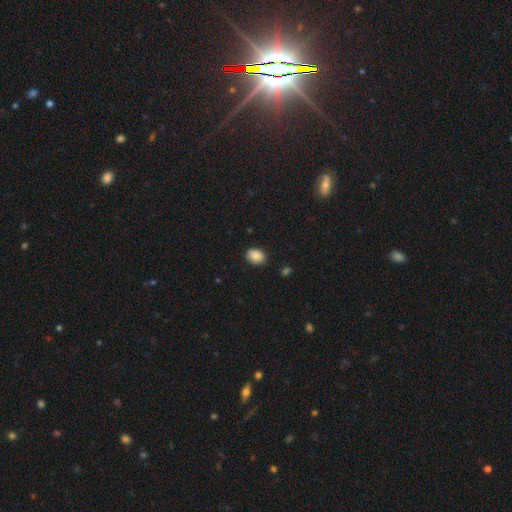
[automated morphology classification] type=smooth (87%); roundness=in between (70%); merging=none (86%).